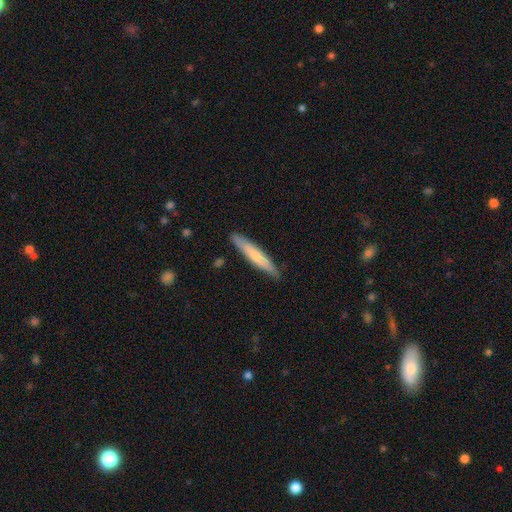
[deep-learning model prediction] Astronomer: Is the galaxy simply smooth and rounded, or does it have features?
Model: smooth — 62%.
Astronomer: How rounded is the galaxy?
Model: cigar-shaped — 92%.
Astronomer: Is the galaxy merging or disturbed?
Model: none — 85%.